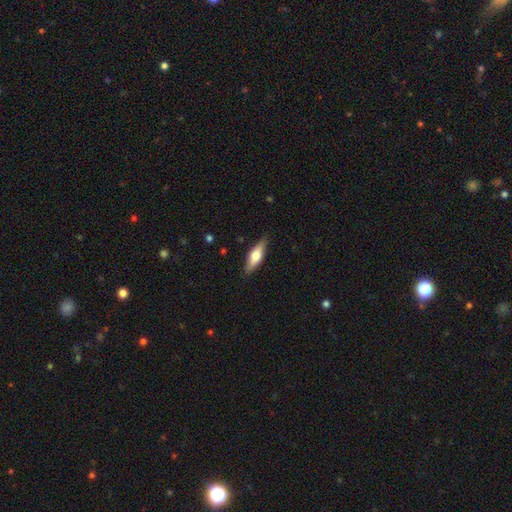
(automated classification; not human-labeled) Morphology: type=smooth (57%); roundness=in between (53%); merging=none (85%).